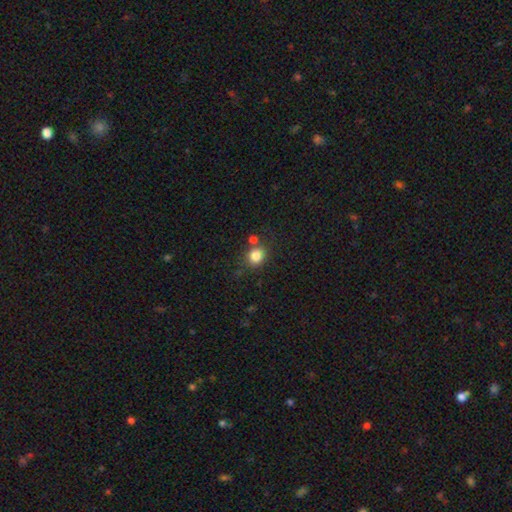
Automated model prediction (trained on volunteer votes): smooth_or_featured: smooth (p=0.82) [alt: star or artifact p=0.11]
how_rounded: round (p=0.75) [alt: in between p=0.24]
merging: none (p=0.71) [alt: merger p=0.14]